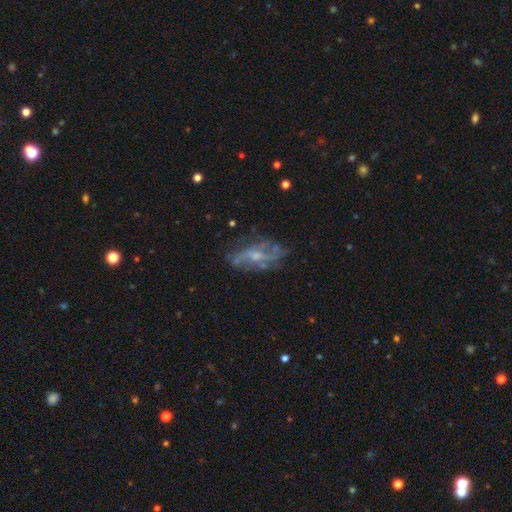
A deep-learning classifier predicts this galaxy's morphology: Smooth or featured?
  - featured or disk: 68% *
  - smooth: 22%
  - star or artifact: 10%
Edge-on disk?
  - no: 89% *
  - yes: 11%
Bar?
  - no: 65% *
  - weak: 29%
  - strong: 6%
Spiral arms?
  - yes: 62% *
  - no: 38%
Bulge size?
  - small: 56% *
  - moderate: 33%
  - none: 9%
  - large: 2%
  - dominant: 1%
Merging?
  - none: 58% *
  - minor disturbance: 22%
  - major disturbance: 16%
  - merger: 3%